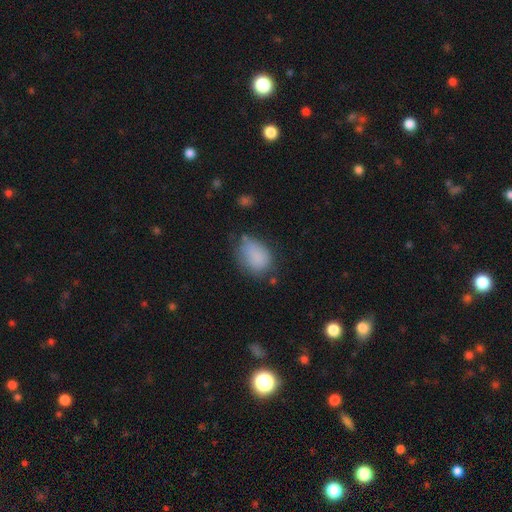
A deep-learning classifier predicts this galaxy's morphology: Smooth or featured? Predicted: smooth (p=0.84). How rounded? Predicted: in between (p=0.72). Merging? Predicted: none (p=0.58).